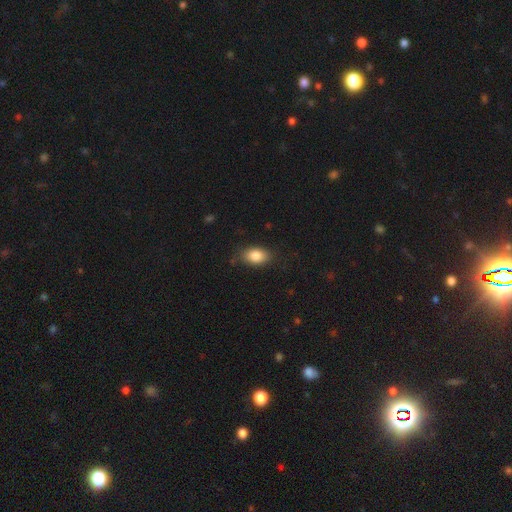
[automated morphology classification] smooth 85%, star or artifact 8%, featured or disk 7%. Down the decision tree: how rounded — in between (86%); merging — none (80%).